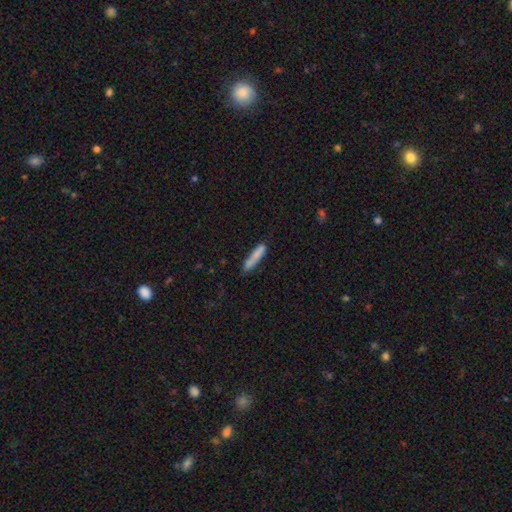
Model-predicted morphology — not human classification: Overall: smooth (81%). How rounded: cigar-shaped (89%). Merging: none (75%).